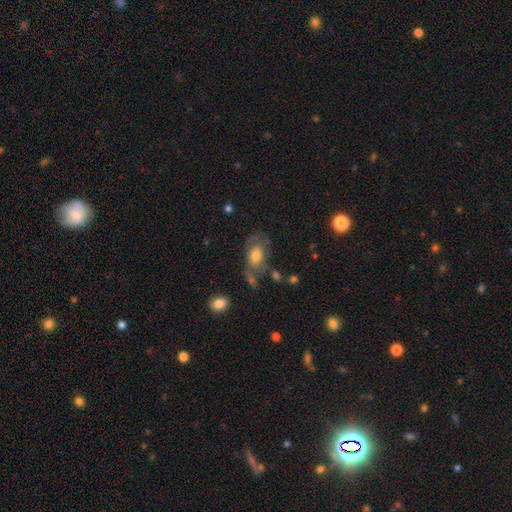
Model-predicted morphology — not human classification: This appears to be a smooth galaxy with no disk features (63%) that is in between round and cigar-shaped (82%). Merging: none (43%).